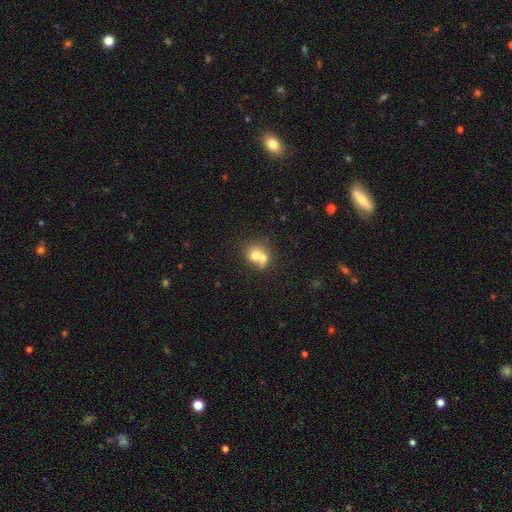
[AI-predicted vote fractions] This is likely a smooth galaxy (68%). How rounded: likely round (72%). Merging: likely merger (62%).